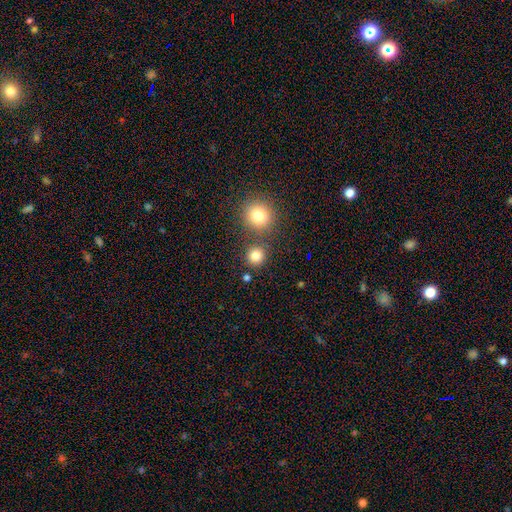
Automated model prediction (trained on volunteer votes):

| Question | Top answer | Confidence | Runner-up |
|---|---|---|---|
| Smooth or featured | smooth | 81% | star or artifact (14%) |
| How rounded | round | 92% | in between (7%) |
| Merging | none | 79% | merger (12%) |